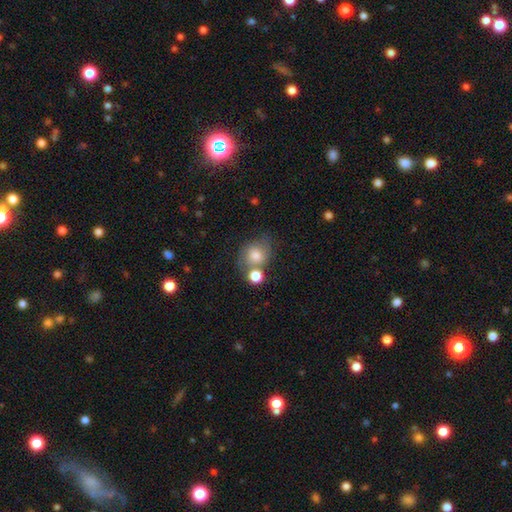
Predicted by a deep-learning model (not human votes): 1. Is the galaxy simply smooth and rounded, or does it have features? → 68% smooth, 22% featured or disk, 10% star or artifact.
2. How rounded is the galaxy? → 66% round, 33% in between, 1% cigar-shaped.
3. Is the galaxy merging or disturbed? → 45% none, 30% merger, 17% minor disturbance, 8% major disturbance.